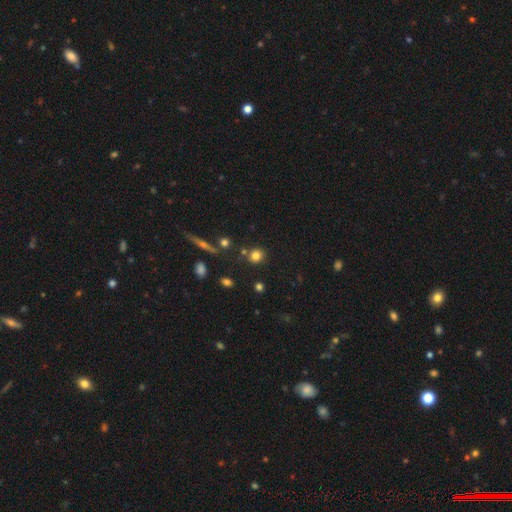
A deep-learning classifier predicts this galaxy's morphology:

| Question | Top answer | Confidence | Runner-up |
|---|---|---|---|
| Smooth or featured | smooth | 79% | star or artifact (13%) |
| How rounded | round | 86% | in between (12%) |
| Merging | none | 78% | minor disturbance (10%) |